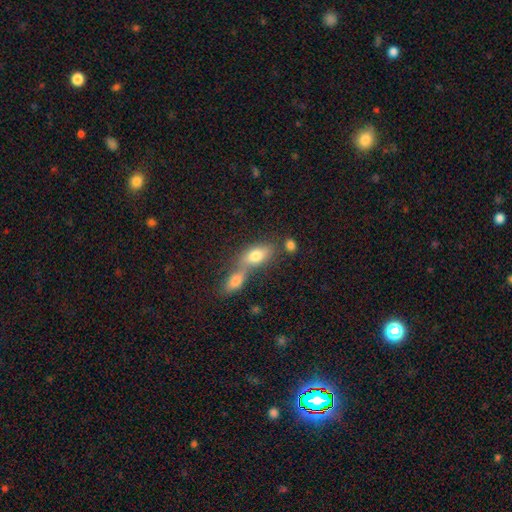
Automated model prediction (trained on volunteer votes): A smooth galaxy with no disk features (77%) that is in between round and cigar-shaped (83%). Merging: merger (57%).